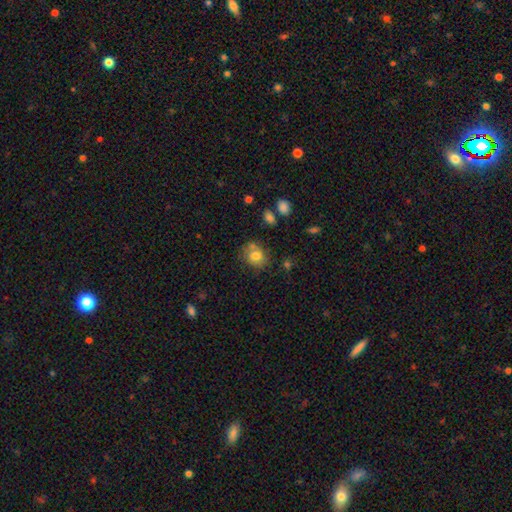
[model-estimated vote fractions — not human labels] Q: Smooth or featured?
A: smooth (75%); runner-up: featured or disk (15%)
Q: How rounded?
A: round (56%); runner-up: in between (43%)
Q: Merging?
A: none (63%); runner-up: minor disturbance (20%)